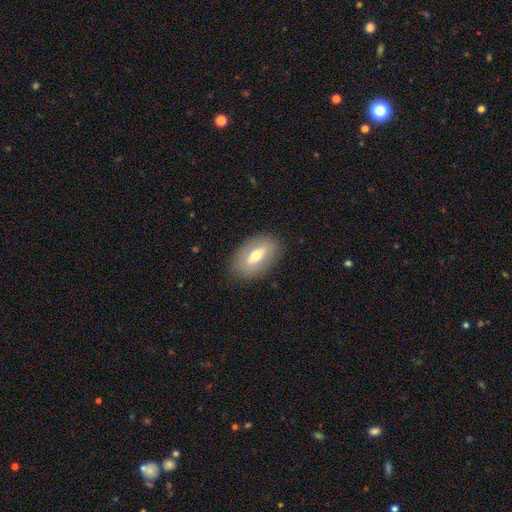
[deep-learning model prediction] Morphology: type=smooth (56%); roundness=in between (89%); merging=none (85%).